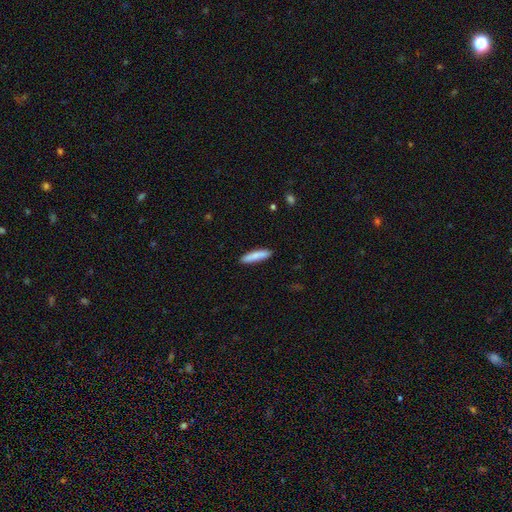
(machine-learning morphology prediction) A smooth galaxy with no disk features (82%) that is cigar-shaped (82%).

Vote fractions:
- Smooth or featured? smooth: 82% / featured or disk: 12% / star or artifact: 6%
- How rounded? cigar-shaped: 82% / in between: 16% / round: 1%
- Merging? none: 87% / minor disturbance: 10% / major disturbance: 2% / merger: 2%